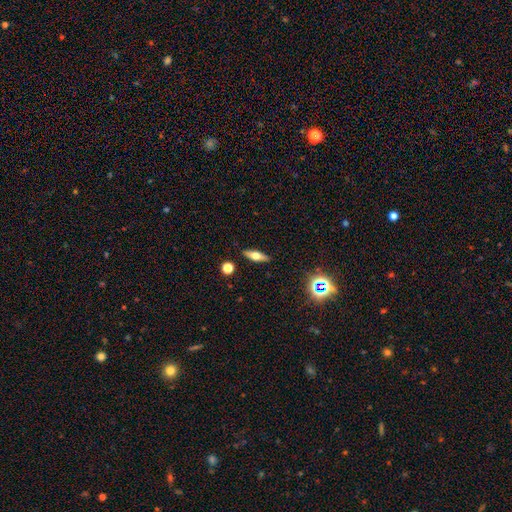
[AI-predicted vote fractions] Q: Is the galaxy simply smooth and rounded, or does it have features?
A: smooth — 46%.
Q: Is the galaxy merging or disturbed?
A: none — 88%.